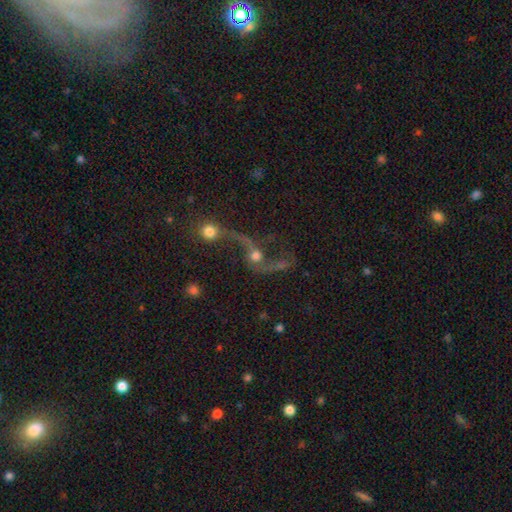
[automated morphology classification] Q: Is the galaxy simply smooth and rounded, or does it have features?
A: featured or disk — 62%.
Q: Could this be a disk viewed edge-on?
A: no — 95%.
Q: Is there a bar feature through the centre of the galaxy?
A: no — 69%.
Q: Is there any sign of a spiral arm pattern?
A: yes — 77%.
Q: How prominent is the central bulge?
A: moderate — 48%.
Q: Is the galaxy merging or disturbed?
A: merger — 40%.